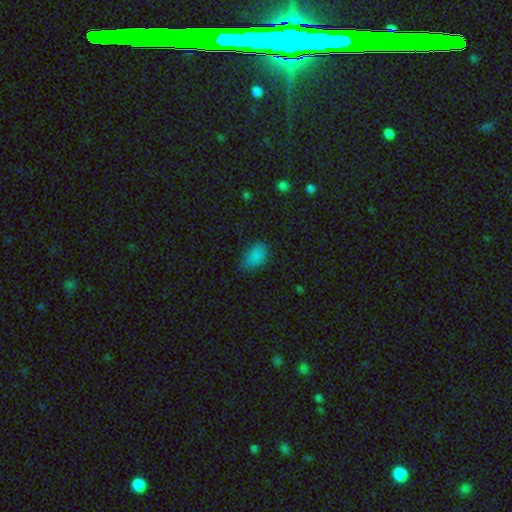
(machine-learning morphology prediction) smooth_or_featured: smooth (p=0.82) [alt: star or artifact p=0.13]
how_rounded: in between (p=0.88) [alt: round p=0.10]
merging: none (p=0.63) [alt: minor disturbance p=0.28]